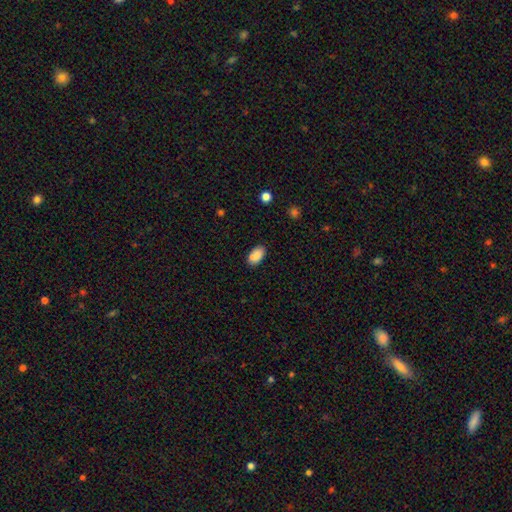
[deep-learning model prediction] This is clearly a smooth galaxy (84%). How rounded: clearly in between (92%). Merging: likely none (72%).